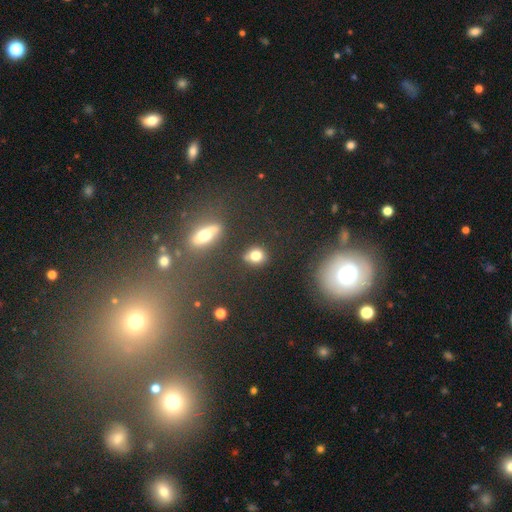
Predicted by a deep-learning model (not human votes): smooth-or-featured: smooth: 79% | star or artifact: 13% | featured or disk: 8%
  how-rounded: round: 66% | in between: 32% | cigar-shaped: 2%
  merging: none: 74% | minor disturbance: 13% | merger: 9% | major disturbance: 4%